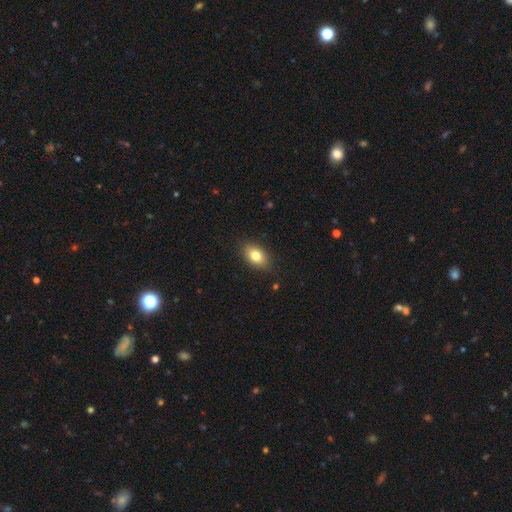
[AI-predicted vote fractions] Morphology: type=smooth (80%); roundness=in between (84%); merging=none (86%).